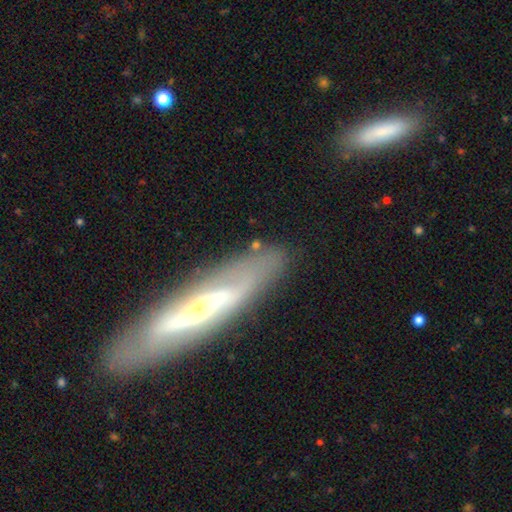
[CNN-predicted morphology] Smooth or featured? Predicted: featured or disk (p=0.62). Edge-on disk? Predicted: yes (p=0.52). Merging? Predicted: none (p=0.72).